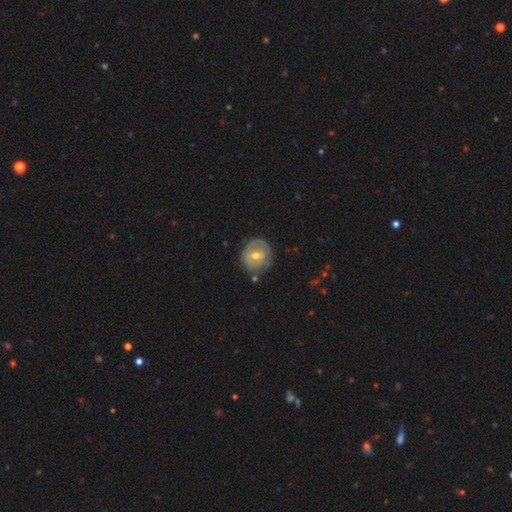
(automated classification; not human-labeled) Smooth or featured? featured or disk (52%)
Edge-on disk? no (96%)
Merging? none (74%)